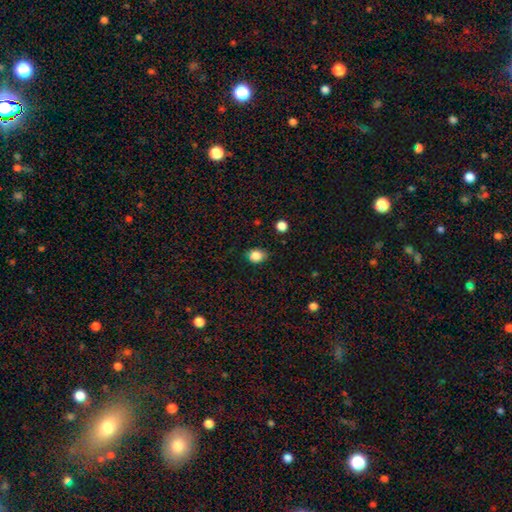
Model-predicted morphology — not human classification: type=smooth (85%); roundness=round (61%); merging=none (76%).